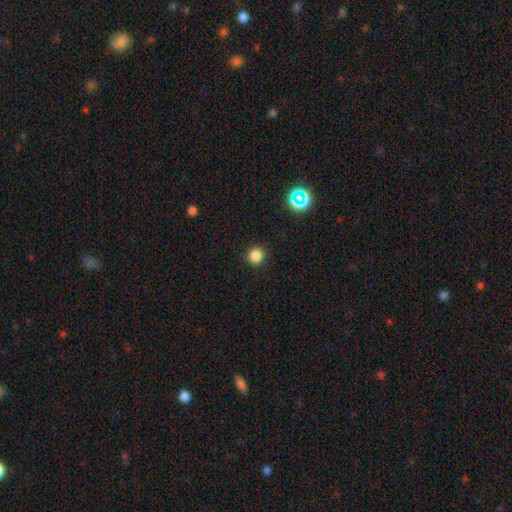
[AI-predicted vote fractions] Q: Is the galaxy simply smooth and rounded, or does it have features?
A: smooth — 83%.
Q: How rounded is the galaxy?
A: round — 95%.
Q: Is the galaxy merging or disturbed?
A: none — 92%.